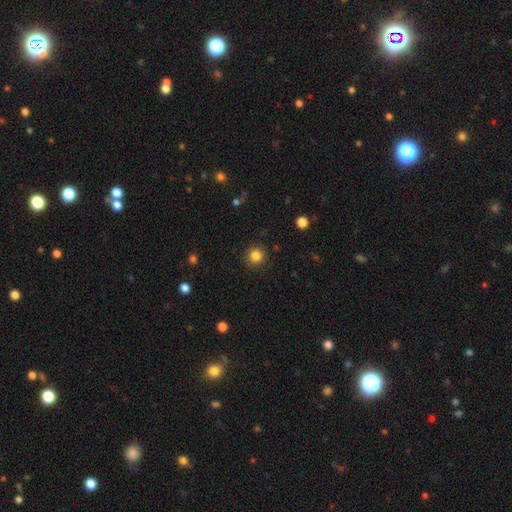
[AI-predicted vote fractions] Overall: smooth (83%). How rounded: round (94%). Merging: none (91%).